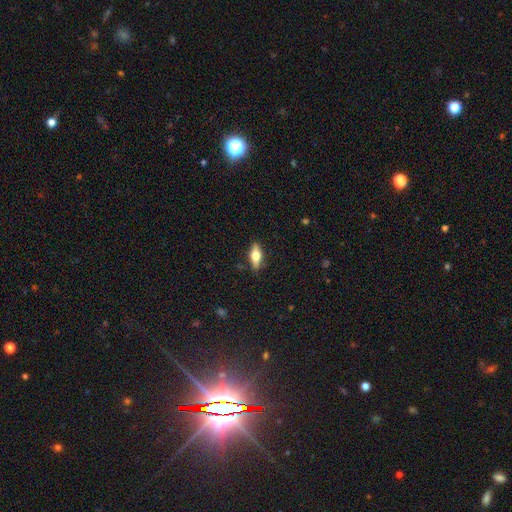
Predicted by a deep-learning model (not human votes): This is possibly a smooth galaxy (55%). How rounded: likely in between (69%). Merging: clearly none (87%).